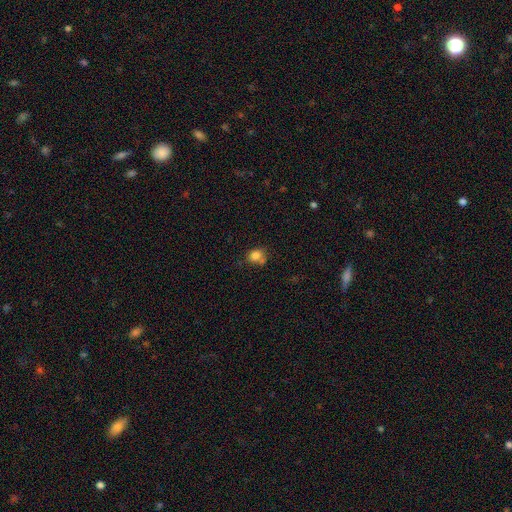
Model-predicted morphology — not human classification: The model was most divided on "how rounded": round: 57%, in between: 42%, cigar-shaped: 1%. More confident: smooth or featured — smooth (80%); merging — none (52%).